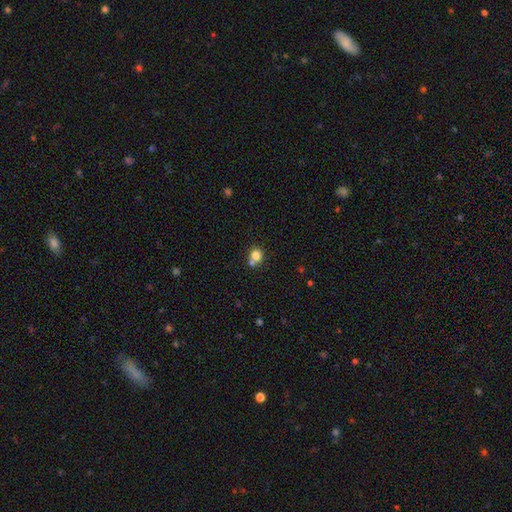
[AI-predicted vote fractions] Overall: smooth (79%). How rounded: round (85%). Merging: none (54%; merger 35%).